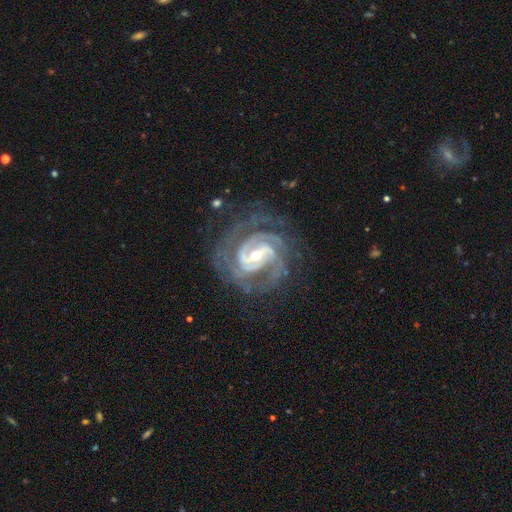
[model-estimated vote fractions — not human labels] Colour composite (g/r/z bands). It shows a featured or disk galaxy (93%) with a strong bar (45%), 2 (36%) tight (65%) spiral arms (98%) and a small central bulge (55%). Merging: none (72%).